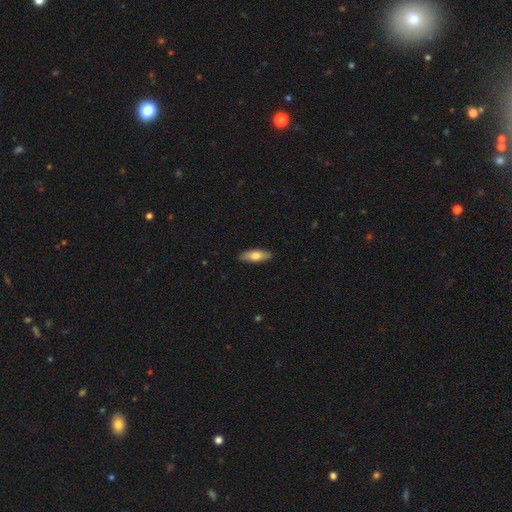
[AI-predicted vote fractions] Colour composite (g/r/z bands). It shows a smooth galaxy with no disk features (70%) that is in between round and cigar-shaped (62%). Merging: none (89%).